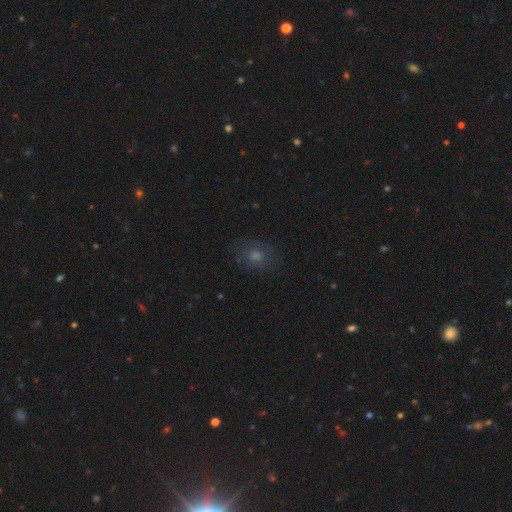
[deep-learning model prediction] smooth_or_featured: smooth (p=0.50) [alt: star or artifact p=0.29]
how_rounded: round (p=0.63) [alt: in between p=0.36]
merging: none (p=0.81) [alt: minor disturbance p=0.13]